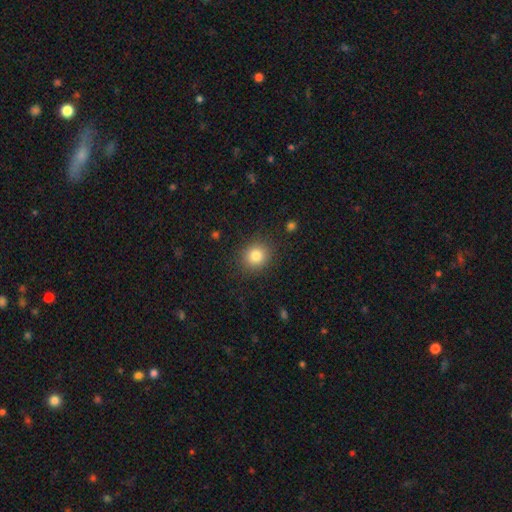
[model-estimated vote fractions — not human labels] Smooth or featured? smooth (82%)
How rounded? round (81%)
Merging? none (88%)